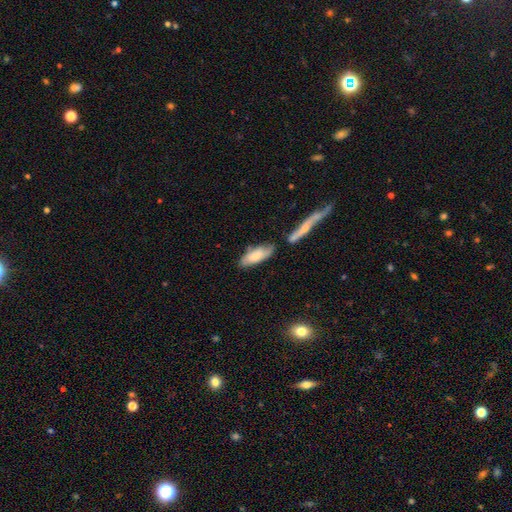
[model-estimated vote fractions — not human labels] A smooth galaxy with no disk features (70%) that is in between round and cigar-shaped (71%).

Vote fractions:
- Smooth or featured? smooth: 70% / featured or disk: 24% / star or artifact: 6%
- How rounded? in between: 71% / cigar-shaped: 27% / round: 2%
- Merging? none: 64% / minor disturbance: 20% / merger: 11% / major disturbance: 4%